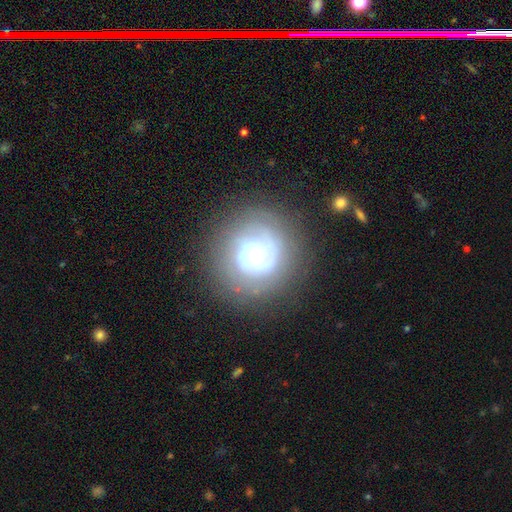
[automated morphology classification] Overall: featured or disk (68%). Edge-on disk: no (98%). Bar: no (65%; weak 28%). Spiral arms: yes (75%). Bulge size: small (59%; moderate 30%). Merging: none (76%).